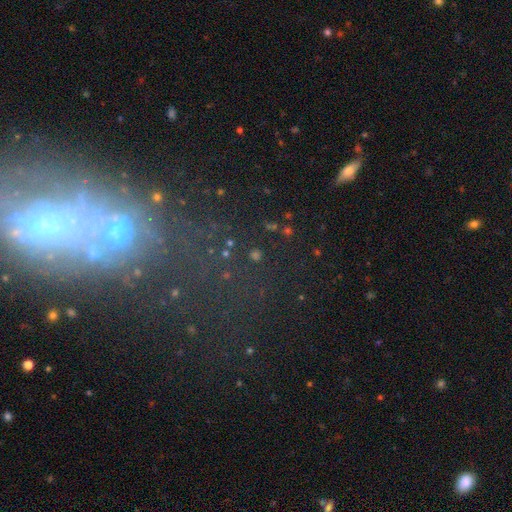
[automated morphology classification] type=star or artifact (55%).